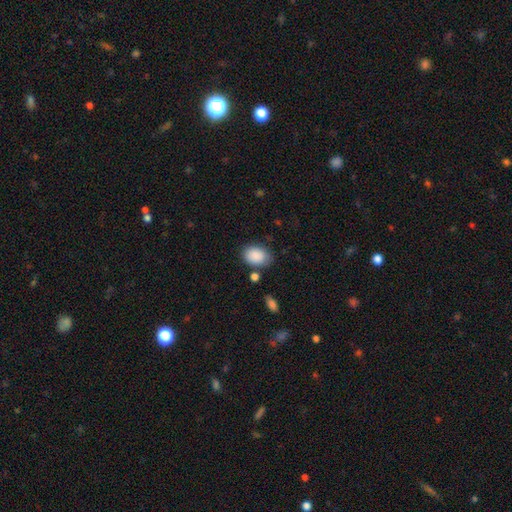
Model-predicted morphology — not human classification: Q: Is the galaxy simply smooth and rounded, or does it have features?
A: smooth — 89%.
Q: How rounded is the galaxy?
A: in between — 77%.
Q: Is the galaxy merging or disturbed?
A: none — 74%.